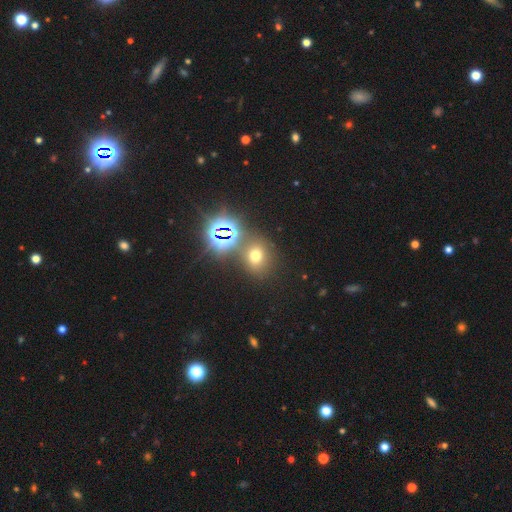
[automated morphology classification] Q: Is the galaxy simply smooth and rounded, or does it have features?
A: smooth — 54%.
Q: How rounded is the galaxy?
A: round — 65%.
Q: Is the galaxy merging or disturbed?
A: none — 73%.